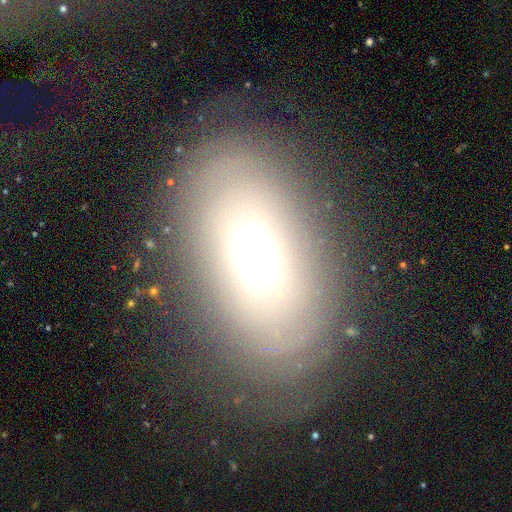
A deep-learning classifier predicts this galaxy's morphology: Smooth or featured?
  - smooth: 52% *
  - featured or disk: 33%
  - star or artifact: 15%
How rounded?
  - in between: 83% *
  - round: 14%
  - cigar-shaped: 3%
Merging?
  - none: 74% *
  - minor disturbance: 15%
  - major disturbance: 9%
  - merger: 2%